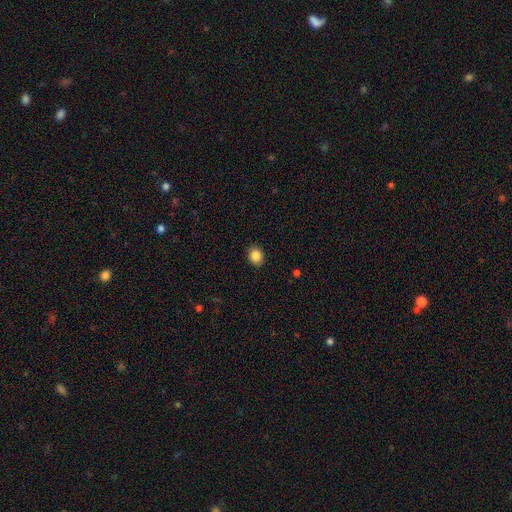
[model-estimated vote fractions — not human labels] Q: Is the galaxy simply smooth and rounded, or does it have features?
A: smooth — 86%.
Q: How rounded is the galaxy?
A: round — 56%.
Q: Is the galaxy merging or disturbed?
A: none — 90%.